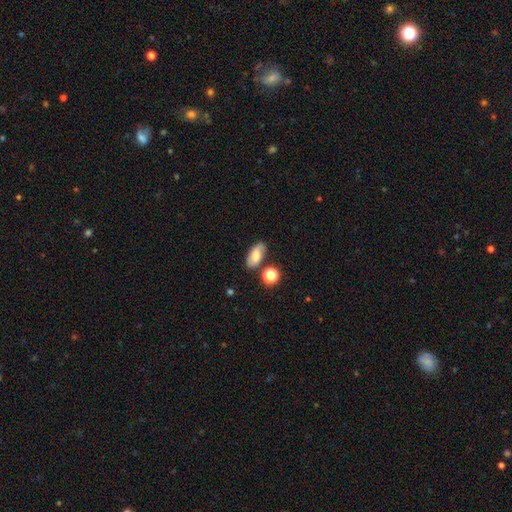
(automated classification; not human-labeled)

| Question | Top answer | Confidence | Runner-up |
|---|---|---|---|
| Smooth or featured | smooth | 57% | featured or disk (32%) |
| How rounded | in between | 85% | round (9%) |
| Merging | none | 70% | minor disturbance (17%) |